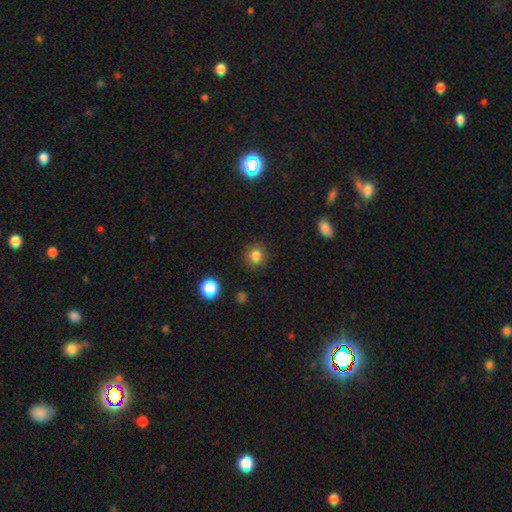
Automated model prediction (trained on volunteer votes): Smooth or featured: smooth — 83% (star or artifact — 12%)
How rounded: round — 83% (in between — 16%)
Merging: none — 88% (minor disturbance — 8%)